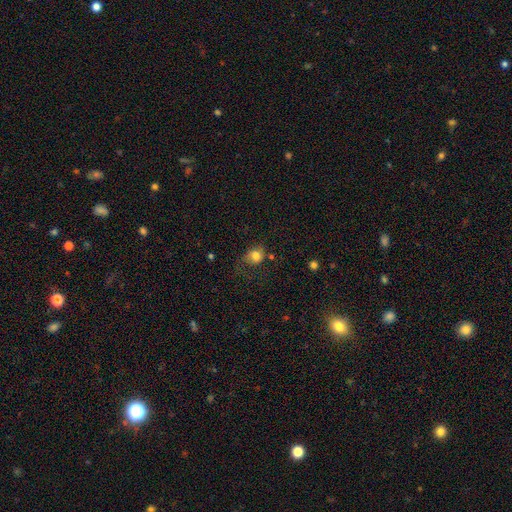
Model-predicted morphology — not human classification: This appears to be a smooth galaxy with no disk features (79%) that is round (62%). Merging: none (51%).